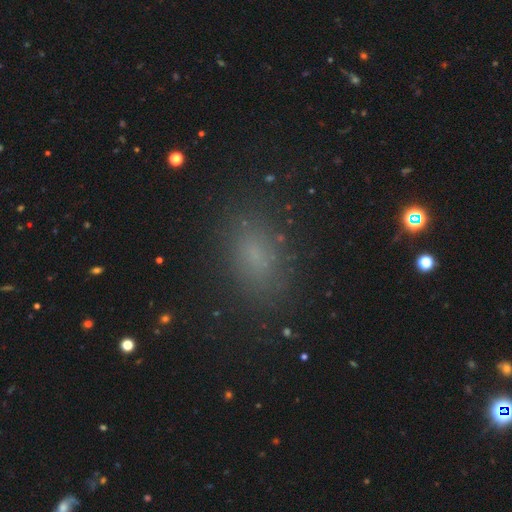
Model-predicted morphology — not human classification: Smooth or featured? smooth (74%)
How rounded? in between (84%)
Merging? none (83%)